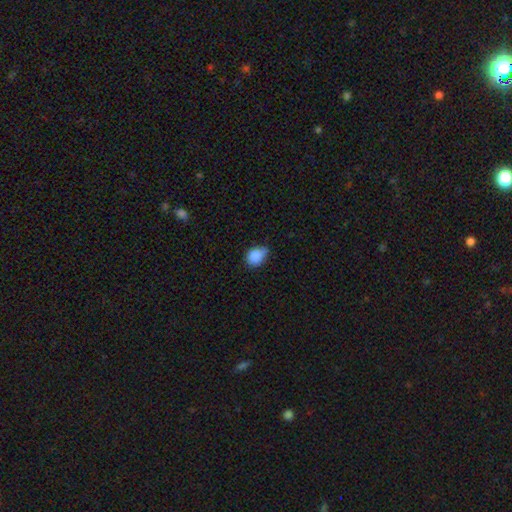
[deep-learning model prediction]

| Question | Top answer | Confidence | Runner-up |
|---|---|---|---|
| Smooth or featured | smooth | 86% | star or artifact (9%) |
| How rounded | in between | 58% | round (41%) |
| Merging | none | 47% | minor disturbance (43%) |